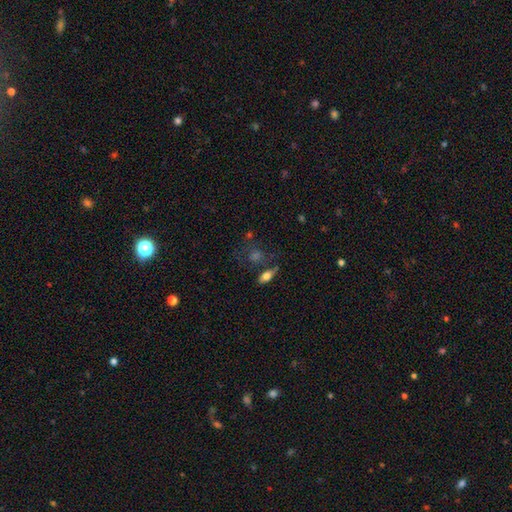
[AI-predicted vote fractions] smooth_or_featured: smooth (p=0.42) [alt: star or artifact p=0.37]
merging: none (p=0.57) [alt: merger p=0.17]